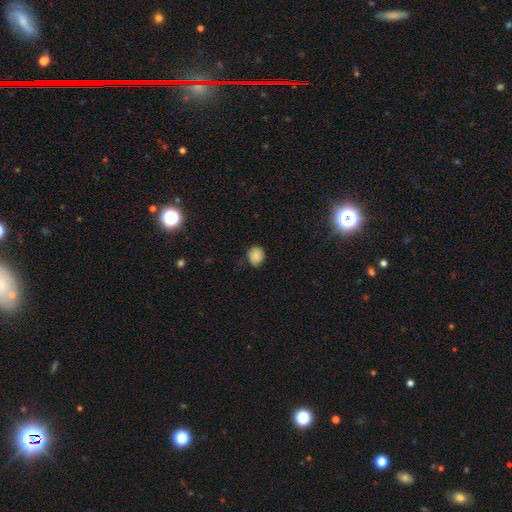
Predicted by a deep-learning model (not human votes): Smooth or featured? Predicted: smooth (p=0.86). How rounded? Predicted: round (p=0.70). Merging? Predicted: none (p=0.71).